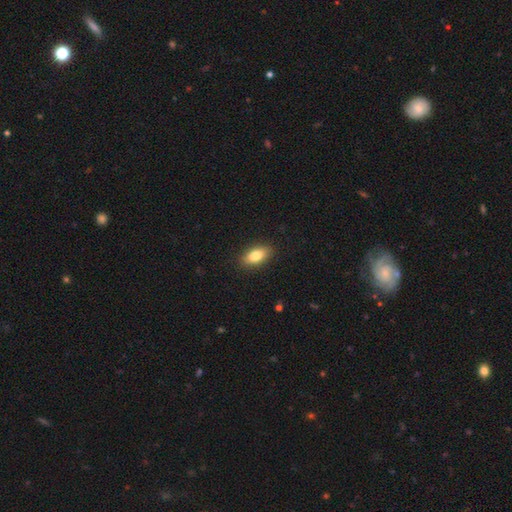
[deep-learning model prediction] smooth 82%, featured or disk 10%, star or artifact 7%. Down the decision tree: how rounded — in between (88%); merging — none (89%).